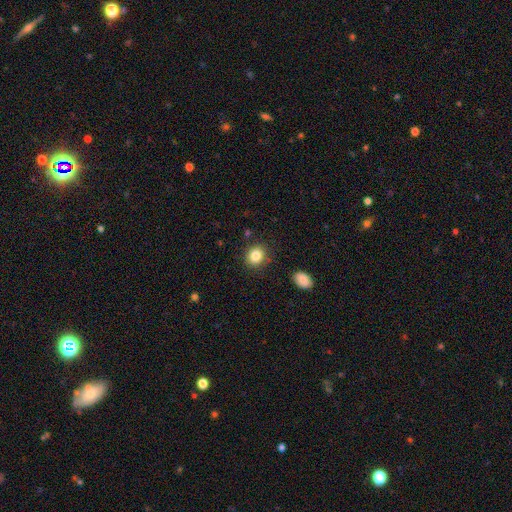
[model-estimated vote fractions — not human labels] Q: Smooth or featured?
A: smooth (85%); runner-up: star or artifact (10%)
Q: How rounded?
A: round (72%); runner-up: in between (27%)
Q: Merging?
A: none (87%); runner-up: minor disturbance (8%)